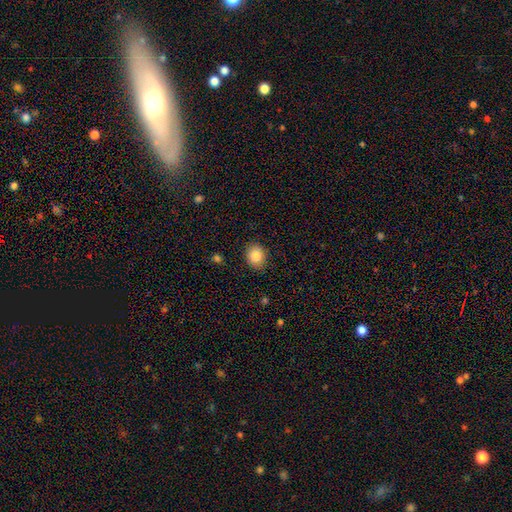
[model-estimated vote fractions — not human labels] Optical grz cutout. It shows a smooth galaxy with no disk features (85%) that is round (59%). Merging: none (88%).